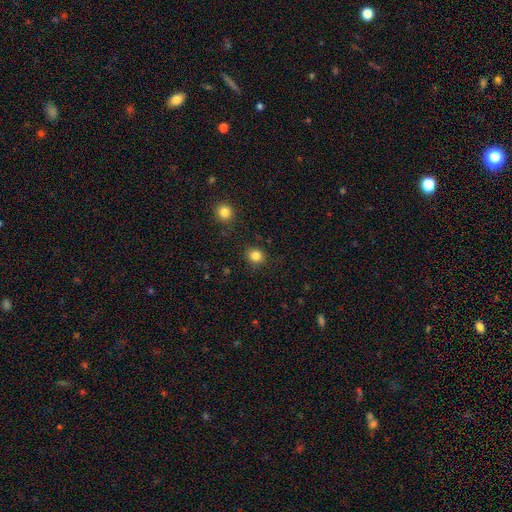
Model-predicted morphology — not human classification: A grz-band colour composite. It shows a smooth galaxy with no disk features (83%) that is round (81%). Merging: none (88%).